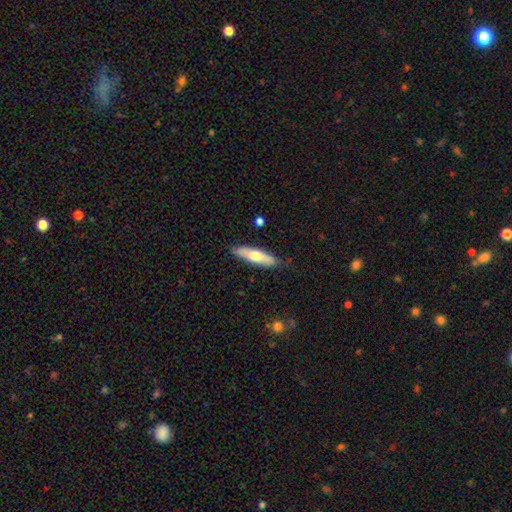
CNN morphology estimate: This is likely a smooth galaxy (60%). How rounded: likely cigar-shaped (68%). Merging: clearly none (84%).